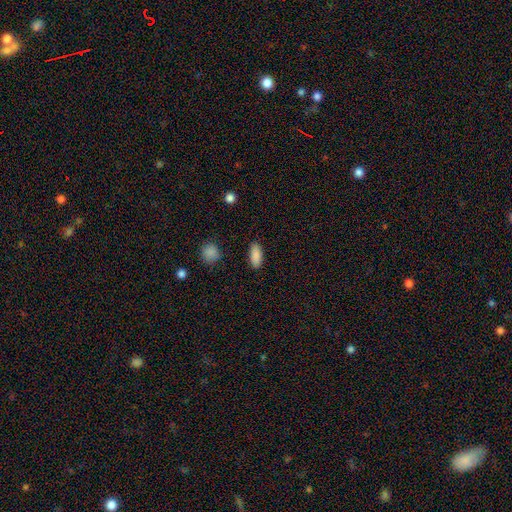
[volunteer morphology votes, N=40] smooth 92%, star or artifact 5%, featured or disk 2%. Down the decision tree: how rounded — in between (68%); merging — none (95%).